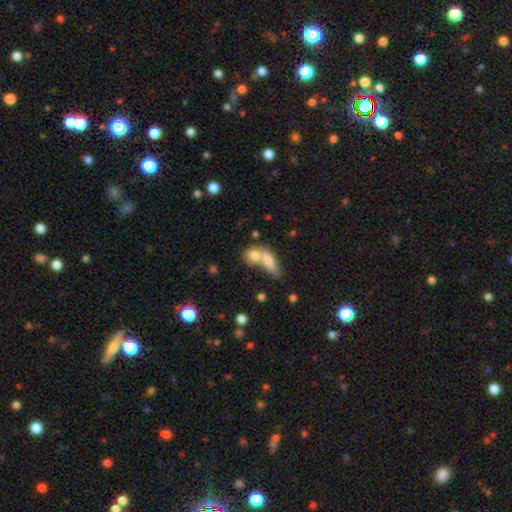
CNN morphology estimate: Smooth or featured? smooth (76%)
How rounded? in between (57%)
Merging? merger (62%)